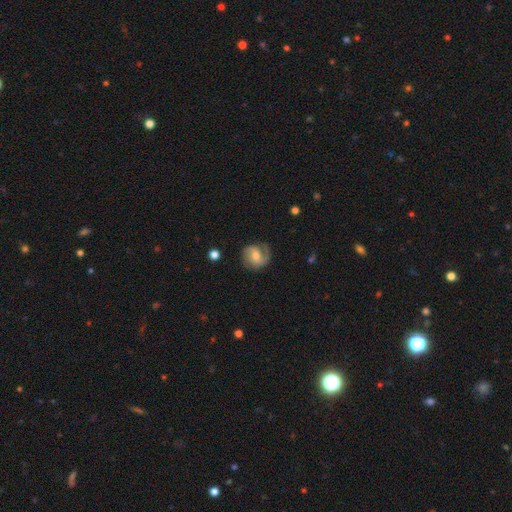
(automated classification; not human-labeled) This is likely a featured or disk galaxy (73%). It is clearly not viewed edge-on (98%). Bar: possibly no (48%). Spiral arm pattern: clearly yes (93%). Spiral arm count: likely 2 (77%). Spiral winding: possibly medium (47%). Central bulge: possibly moderate (57%). Merging: likely none (73%).